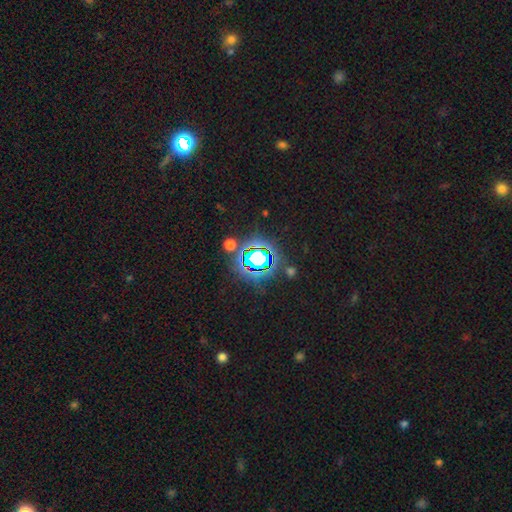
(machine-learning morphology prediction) Q: Smooth or featured?
A: star or artifact (70%); runner-up: smooth (19%)